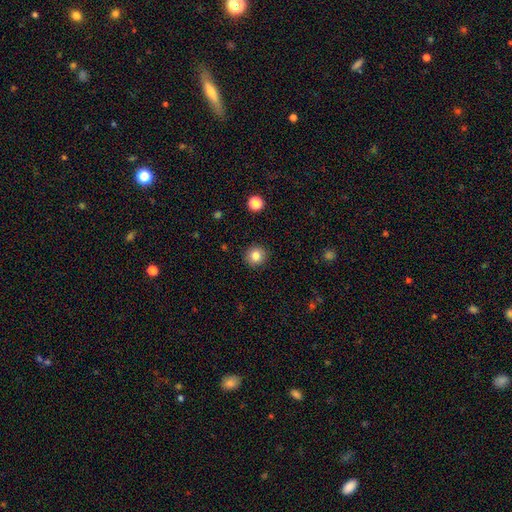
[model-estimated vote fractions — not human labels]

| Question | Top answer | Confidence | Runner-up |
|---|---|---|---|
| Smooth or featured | smooth | 83% | star or artifact (11%) |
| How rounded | round | 92% | in between (7%) |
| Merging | none | 91% | minor disturbance (6%) |